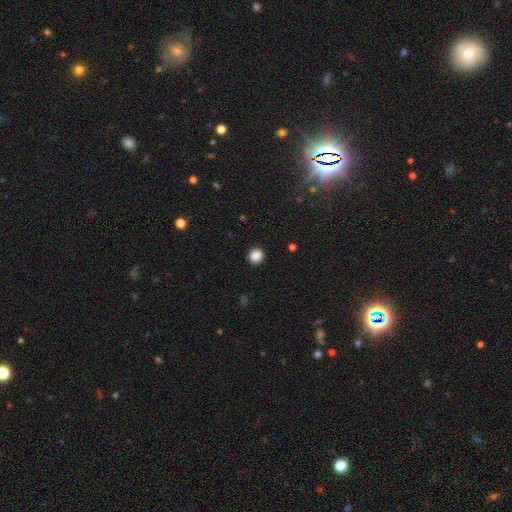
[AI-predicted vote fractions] The model was most divided on "smooth or featured": smooth: 87%, star or artifact: 11%, featured or disk: 3%. More confident: how rounded — round (92%); merging — none (92%).